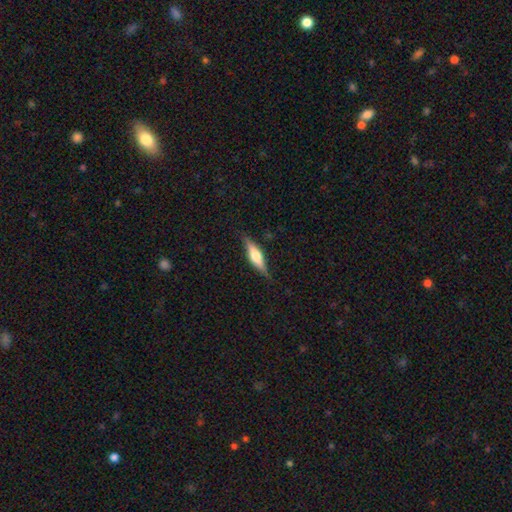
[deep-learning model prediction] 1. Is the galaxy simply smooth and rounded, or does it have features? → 55% featured or disk, 39% smooth, 6% star or artifact.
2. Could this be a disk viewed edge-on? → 94% yes, 6% no.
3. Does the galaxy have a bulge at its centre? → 87% rounded, 10% boxy, 3% none.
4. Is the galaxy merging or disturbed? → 82% none, 14% minor disturbance, 3% major disturbance, 1% merger.